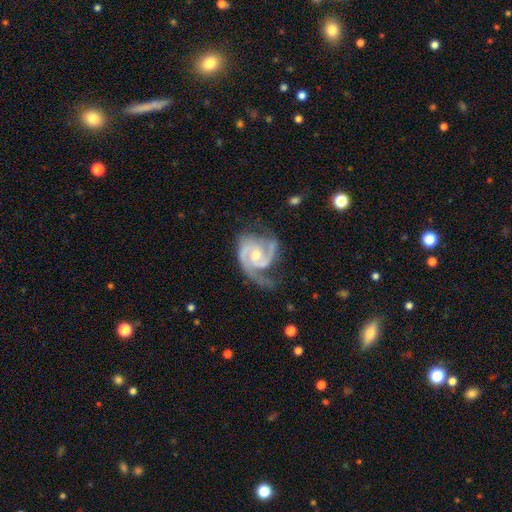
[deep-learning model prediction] The model was most divided on "spiral winding": medium: 50%, tight: 39%, loose: 10%. More confident: edge-on disk — no (98%); spiral arms — yes (98%); smooth or featured — featured or disk (92%); spiral arm count — 2 (73%); bar — no (59%); bulge size — moderate (59%); merging — none (54%).